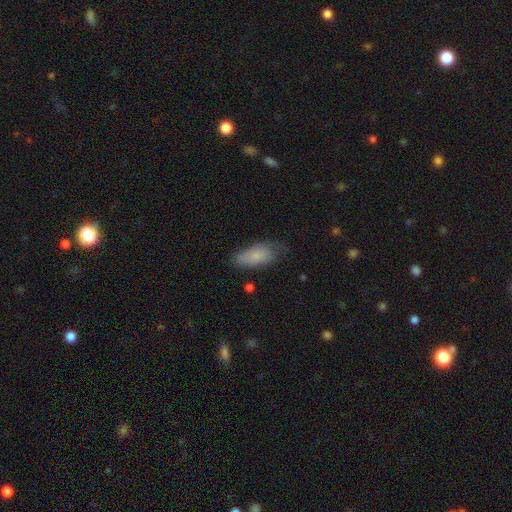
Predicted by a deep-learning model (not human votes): The model was most divided on "merging": none: 60%, minor disturbance: 30%, major disturbance: 9%, merger: 2%. More confident: how rounded — in between (82%); smooth or featured — smooth (80%).